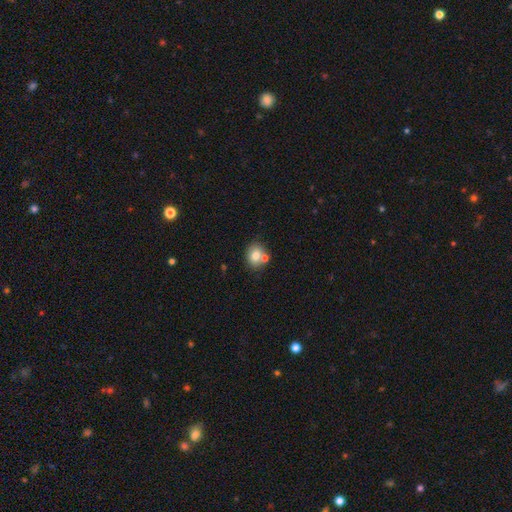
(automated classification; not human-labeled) smooth_or_featured: smooth (p=0.76) [alt: featured or disk p=0.14]
how_rounded: round (p=0.56) [alt: in between p=0.43]
merging: none (p=0.61) [alt: merger p=0.24]